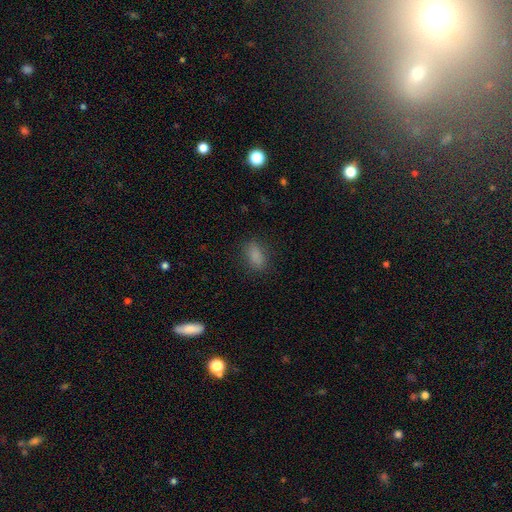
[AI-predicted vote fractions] smooth 85%, star or artifact 10%, featured or disk 5%. Down the decision tree: how rounded — in between (87%); merging — none (82%).